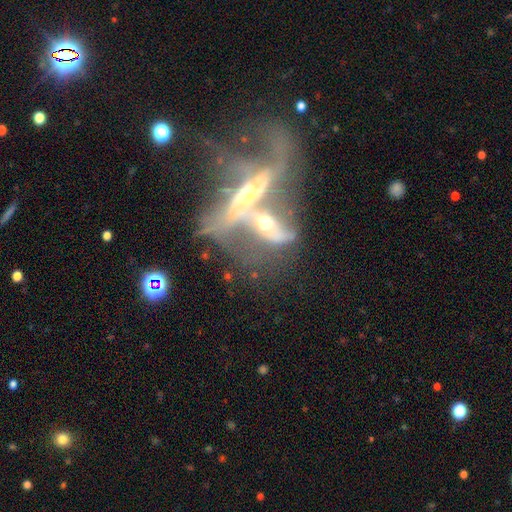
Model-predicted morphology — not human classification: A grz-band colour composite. It shows a featured or disk galaxy (74%) with no bar (59%), spiral arms (56%) and a moderate central bulge (56%). Merging: merger (75%).